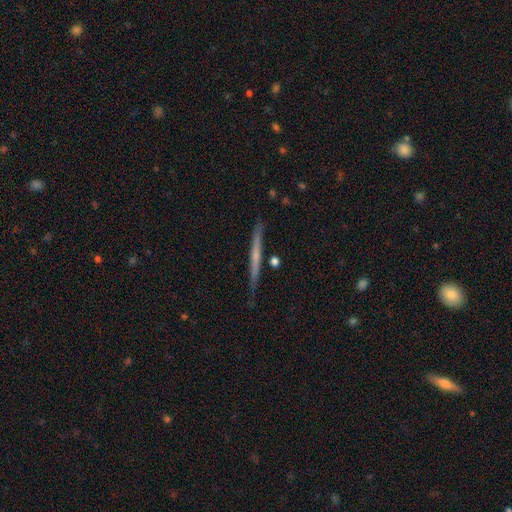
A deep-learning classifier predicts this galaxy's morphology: This is possibly a featured or disk galaxy (59%). It is clearly viewed edge-on (97%). Edge-on bulge: likely none (69%). Merging: clearly none (86%).